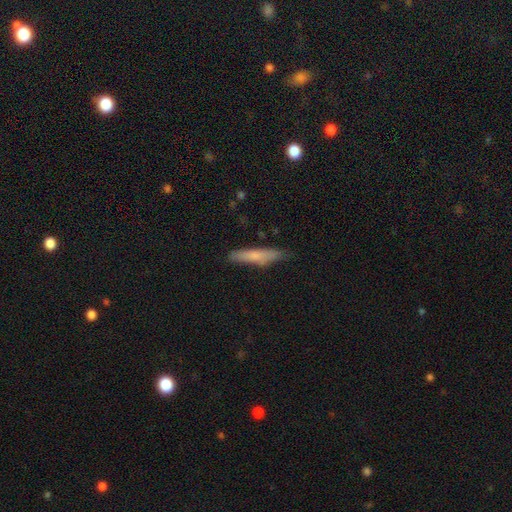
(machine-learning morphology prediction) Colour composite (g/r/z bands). It shows a smooth galaxy with no disk features (69%) that is cigar-shaped (90%). Merging: none (80%).